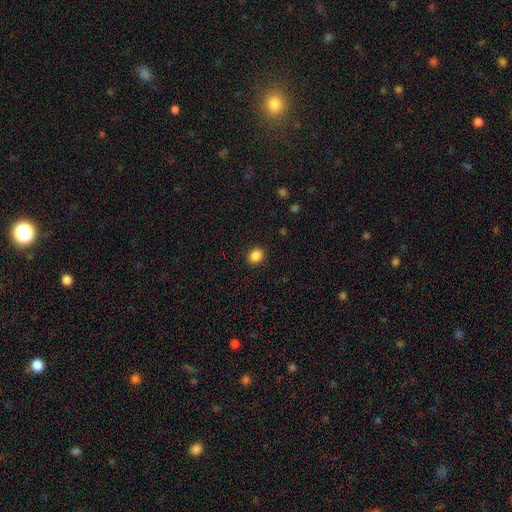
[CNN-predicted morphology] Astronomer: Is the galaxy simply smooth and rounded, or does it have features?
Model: smooth — 87%.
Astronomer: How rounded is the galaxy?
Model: round — 60% (runner-up: in between, 39%).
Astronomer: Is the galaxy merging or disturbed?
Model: none — 91%.